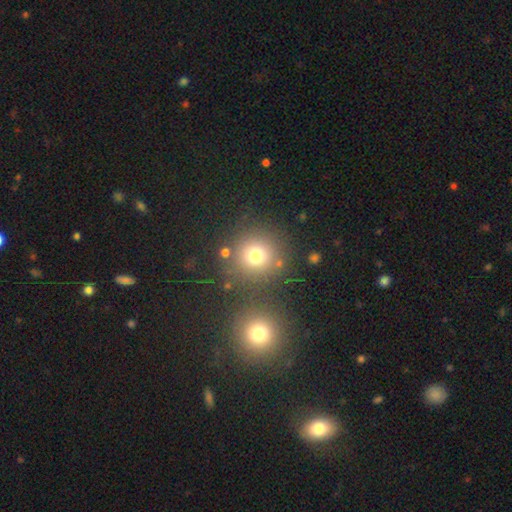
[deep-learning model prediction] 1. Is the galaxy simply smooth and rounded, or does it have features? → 74% smooth, 17% star or artifact, 9% featured or disk.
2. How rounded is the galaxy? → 92% round, 7% in between, 1% cigar-shaped.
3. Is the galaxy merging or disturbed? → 77% none, 11% merger, 8% minor disturbance, 4% major disturbance.